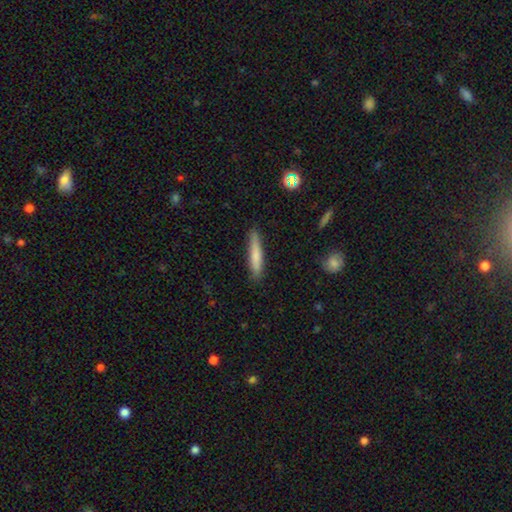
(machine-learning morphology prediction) smooth-or-featured: smooth: 76% | featured or disk: 18% | star or artifact: 6%
  how-rounded: cigar-shaped: 91% | in between: 8% | round: 1%
  merging: none: 86% | minor disturbance: 10% | major disturbance: 2% | merger: 1%